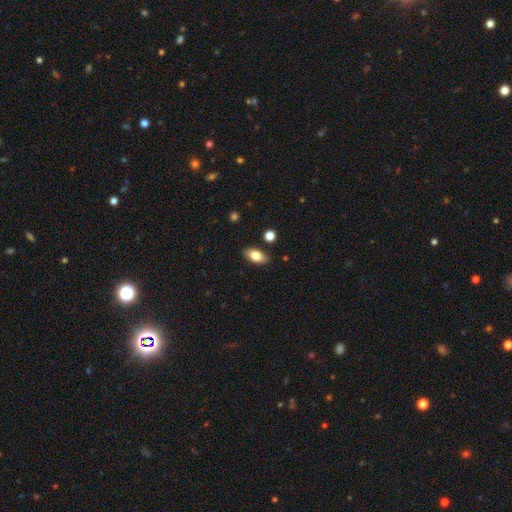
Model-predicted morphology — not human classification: Smooth or featured?
  - smooth: 78% *
  - featured or disk: 14%
  - star or artifact: 8%
How rounded?
  - in between: 88% *
  - cigar-shaped: 7%
  - round: 5%
Merging?
  - none: 86% *
  - minor disturbance: 10%
  - merger: 2%
  - major disturbance: 2%